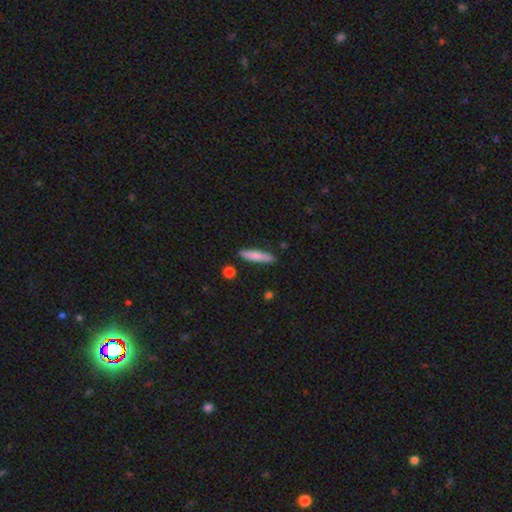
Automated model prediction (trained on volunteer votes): Smooth or featured? Predicted: smooth (p=0.76). How rounded? Predicted: cigar-shaped (p=0.86). Merging? Predicted: none (p=0.86).